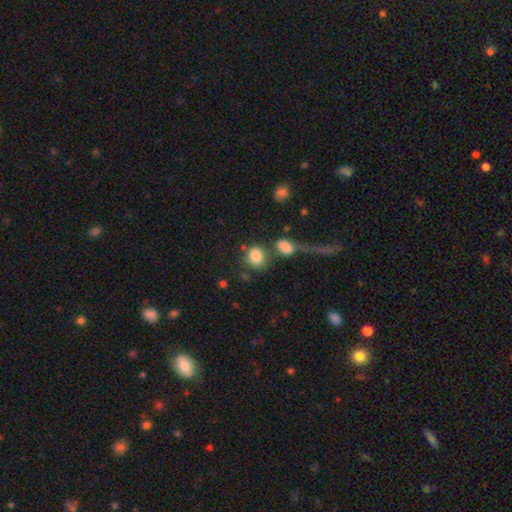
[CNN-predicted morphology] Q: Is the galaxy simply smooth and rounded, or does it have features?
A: smooth — 84%.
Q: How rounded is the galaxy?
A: round — 56%.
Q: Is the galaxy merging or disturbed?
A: none — 52%.